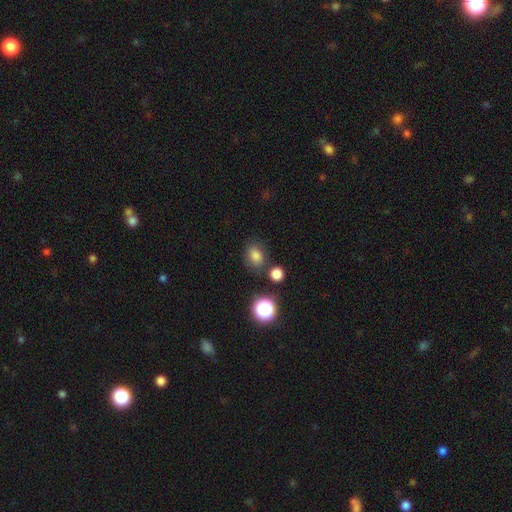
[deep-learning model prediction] Overall: smooth (78%). How rounded: in between (52%; round 47%). Merging: none (74%).